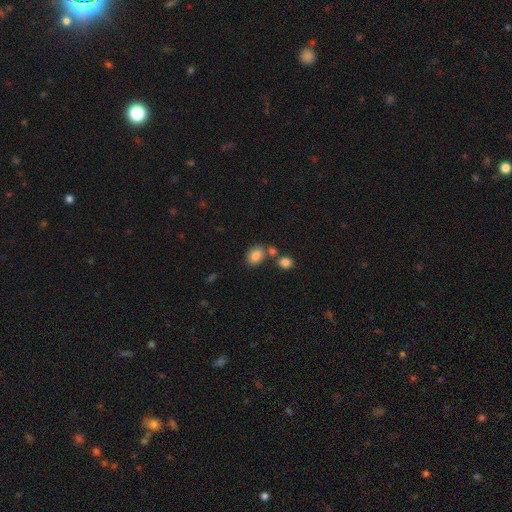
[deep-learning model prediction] A smooth galaxy with no disk features (83%) that is in between round and cigar-shaped (64%).

Vote fractions:
- Smooth or featured? smooth: 83% / star or artifact: 9% / featured or disk: 8%
- How rounded? in between: 64% / round: 35% / cigar-shaped: 1%
- Merging? none: 61% / merger: 21% / minor disturbance: 14% / major disturbance: 4%